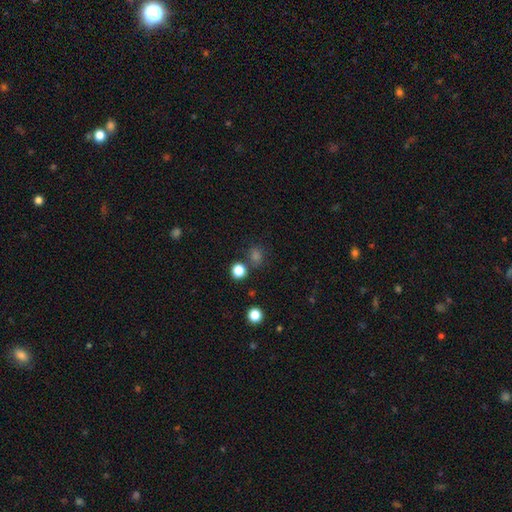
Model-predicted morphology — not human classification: Smooth or featured: smooth — 65% (star or artifact — 29%)
How rounded: round — 76% (in between — 22%)
Merging: none — 75% (minor disturbance — 10%)